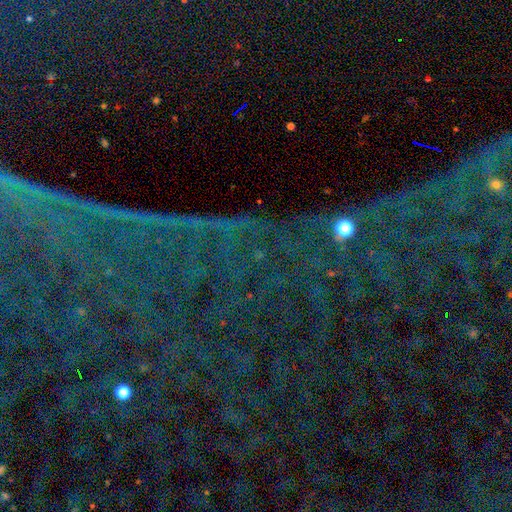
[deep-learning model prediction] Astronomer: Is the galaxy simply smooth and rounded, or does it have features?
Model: star or artifact — 85%.